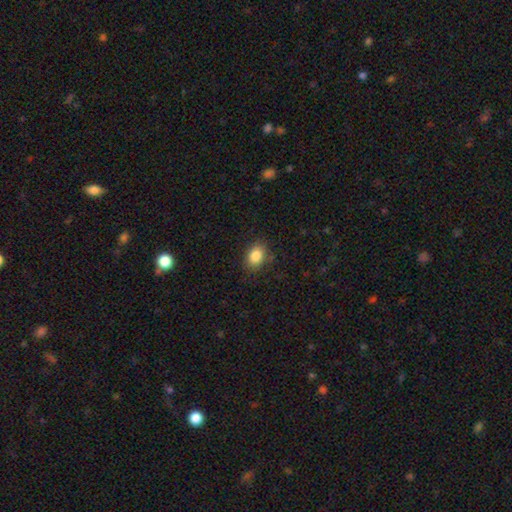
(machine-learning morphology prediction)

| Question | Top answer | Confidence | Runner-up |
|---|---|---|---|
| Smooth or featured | smooth | 86% | star or artifact (9%) |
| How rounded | in between | 73% | round (25%) |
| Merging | none | 83% | minor disturbance (13%) |